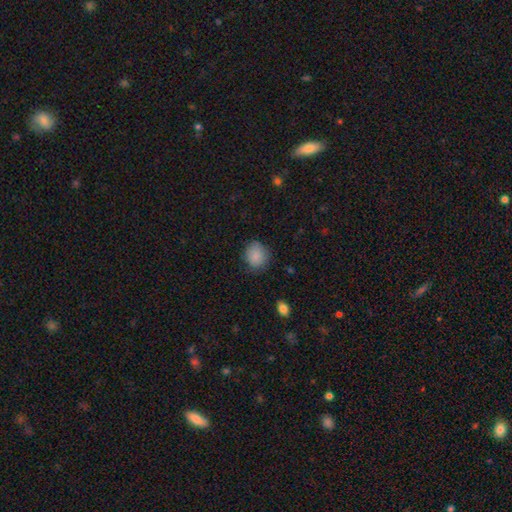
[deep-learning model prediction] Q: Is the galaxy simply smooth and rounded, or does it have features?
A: smooth — 87%.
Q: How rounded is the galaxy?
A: round — 72%.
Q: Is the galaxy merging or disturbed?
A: none — 78%.